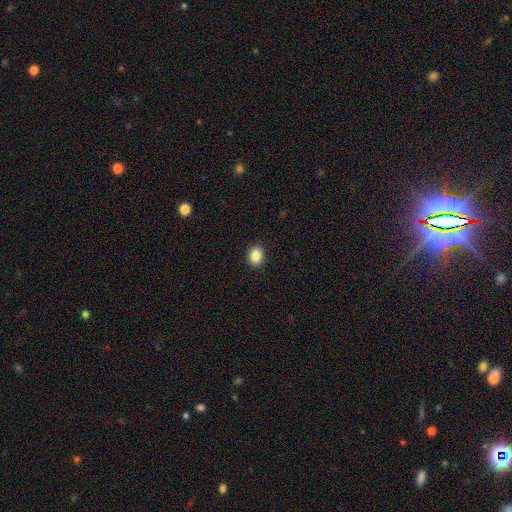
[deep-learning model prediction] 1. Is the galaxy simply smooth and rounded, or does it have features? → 87% smooth, 9% star or artifact, 4% featured or disk.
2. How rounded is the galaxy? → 54% round, 45% in between, 1% cigar-shaped.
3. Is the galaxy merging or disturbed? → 91% none, 6% minor disturbance, 2% major disturbance, 1% merger.